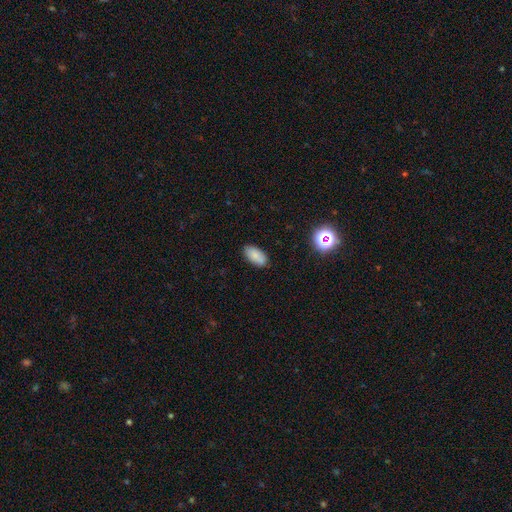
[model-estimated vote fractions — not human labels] smooth_or_featured: smooth (p=0.79) [alt: featured or disk p=0.11]
how_rounded: in between (p=0.92) [alt: cigar-shaped p=0.04]
merging: none (p=0.81) [alt: minor disturbance p=0.14]